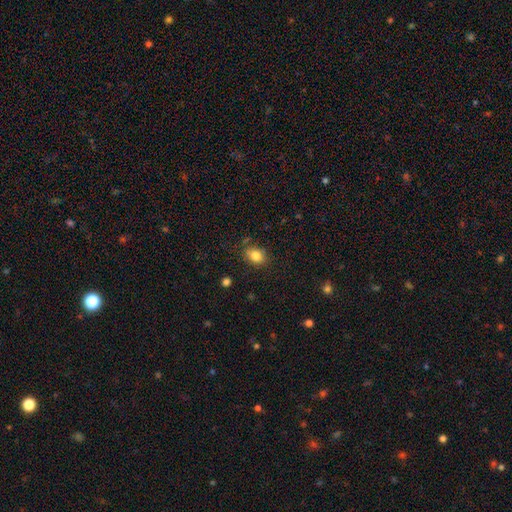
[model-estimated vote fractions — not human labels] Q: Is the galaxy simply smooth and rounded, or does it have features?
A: smooth — 82%.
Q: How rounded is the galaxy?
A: in between — 70%.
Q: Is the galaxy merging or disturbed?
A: none — 79%.